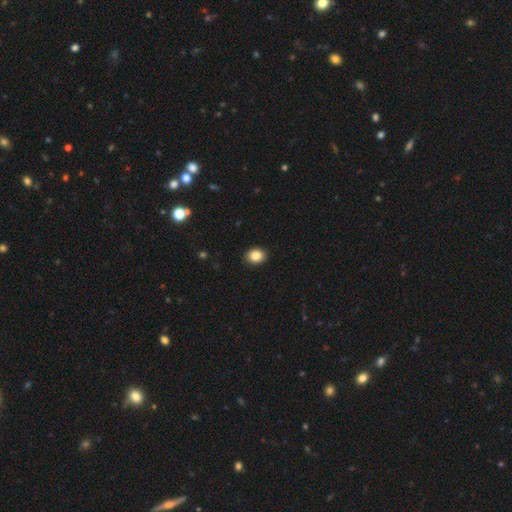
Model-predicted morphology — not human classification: type=smooth (86%); roundness=in between (50%); merging=none (91%).